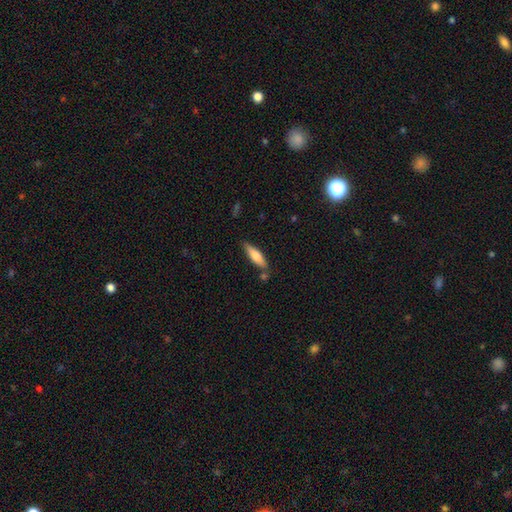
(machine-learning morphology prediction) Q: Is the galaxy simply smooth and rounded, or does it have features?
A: smooth — 66%.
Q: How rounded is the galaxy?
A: cigar-shaped — 66%.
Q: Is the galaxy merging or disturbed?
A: none — 75%.